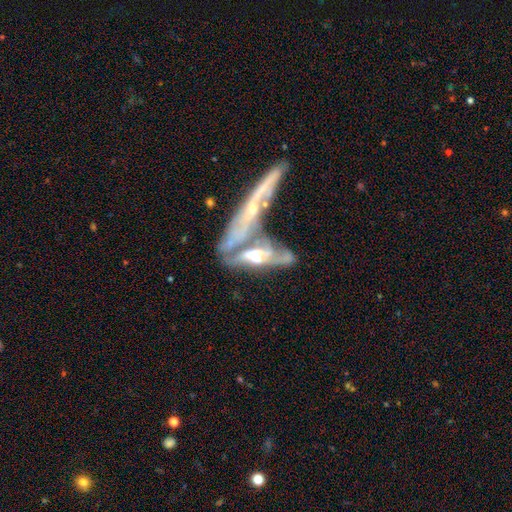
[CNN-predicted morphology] Overall: featured or disk (68%). Edge-on disk: no (62%; yes 38%). Merging: merger (65%).